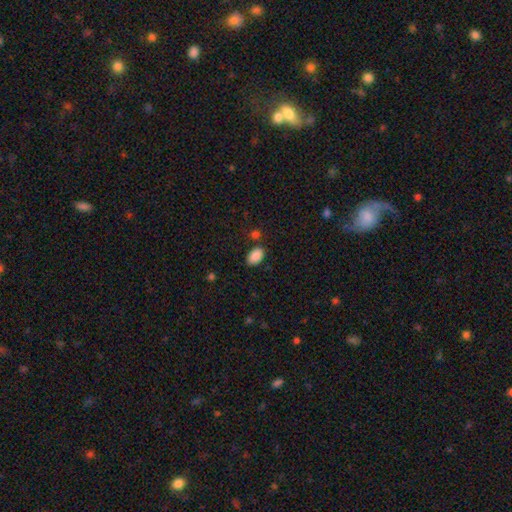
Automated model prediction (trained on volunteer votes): smooth_or_featured: smooth (p=0.88) [alt: star or artifact p=0.08]
how_rounded: in between (p=0.90) [alt: round p=0.08]
merging: none (p=0.77) [alt: minor disturbance p=0.13]